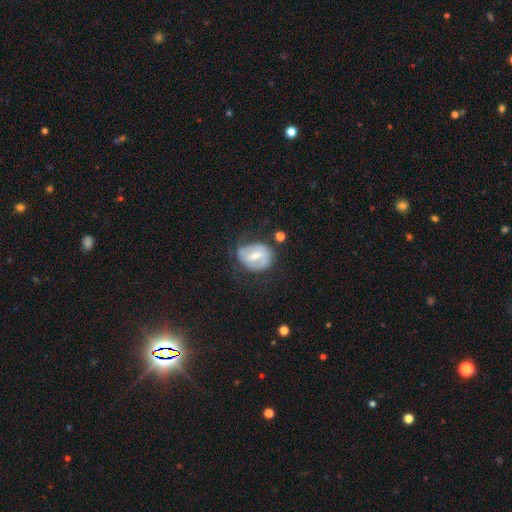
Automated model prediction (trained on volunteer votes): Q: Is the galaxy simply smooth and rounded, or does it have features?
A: featured or disk — 57%.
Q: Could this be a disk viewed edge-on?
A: no — 96%.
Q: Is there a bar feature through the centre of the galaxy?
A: weak — 50%.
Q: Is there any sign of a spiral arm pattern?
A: yes — 67%.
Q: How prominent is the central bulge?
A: moderate — 51%.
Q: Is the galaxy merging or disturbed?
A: none — 52%.